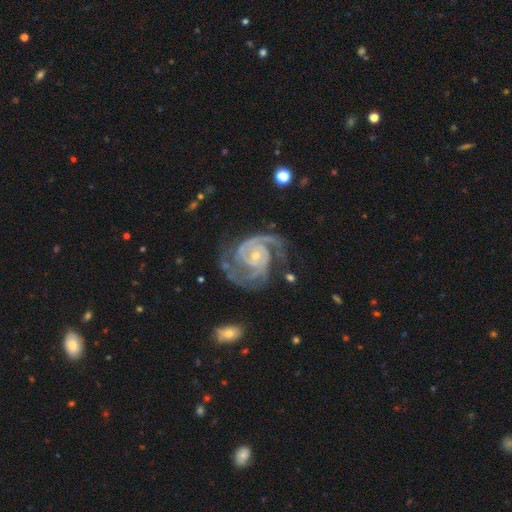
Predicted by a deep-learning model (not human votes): Q: Smooth or featured?
A: featured or disk (93%); runner-up: star or artifact (4%)
Q: Edge-on disk?
A: no (98%); runner-up: yes (2%)
Q: Bar?
A: no (66%); runner-up: weak (24%)
Q: Spiral arms?
A: yes (99%); runner-up: no (1%)
Q: Spiral winding?
A: tight (52%); runner-up: medium (42%)
Q: Spiral arm count?
A: 2 (70%); runner-up: 3 (16%)
Q: Bulge size?
A: small (72%); runner-up: moderate (24%)
Q: Merging?
A: none (65%); runner-up: minor disturbance (20%)